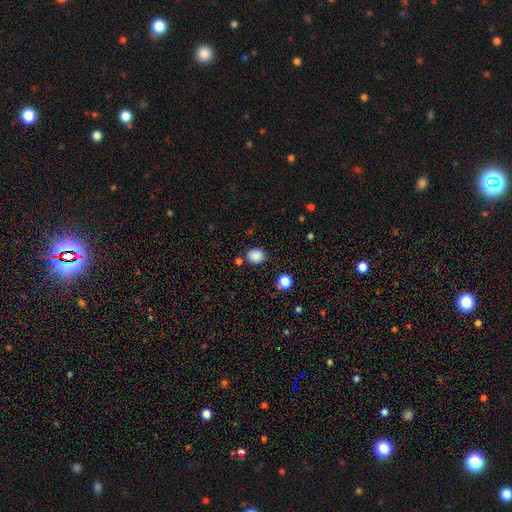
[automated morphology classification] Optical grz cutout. It shows a smooth galaxy with no disk features (86%) that is round (58%). Merging: none (82%).